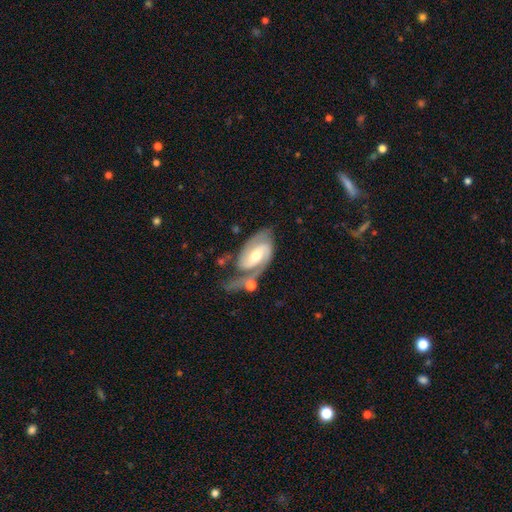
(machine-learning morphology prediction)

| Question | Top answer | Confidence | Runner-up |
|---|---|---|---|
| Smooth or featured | featured or disk | 88% | smooth (8%) |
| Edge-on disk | no | 96% | yes (4%) |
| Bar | weak | 44% | strong (37%) |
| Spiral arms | yes | 97% | no (3%) |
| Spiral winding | medium | 51% | tight (35%) |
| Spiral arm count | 2 | 88% | can't tell (4%) |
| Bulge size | moderate | 62% | small (31%) |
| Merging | none | 48% | minor disturbance (19%) |